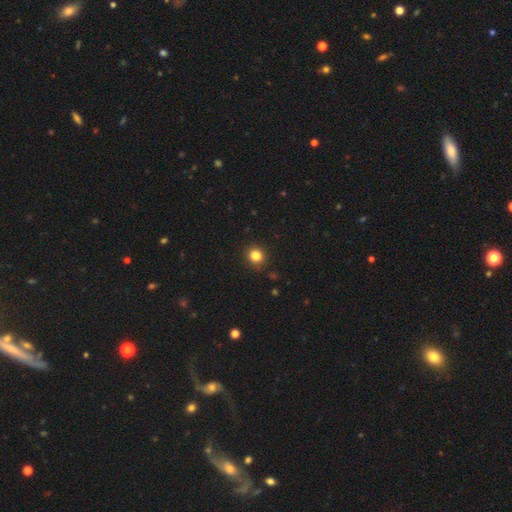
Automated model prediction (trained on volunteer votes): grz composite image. It shows a smooth galaxy with no disk features (83%) that is round (87%). Merging: none (89%).